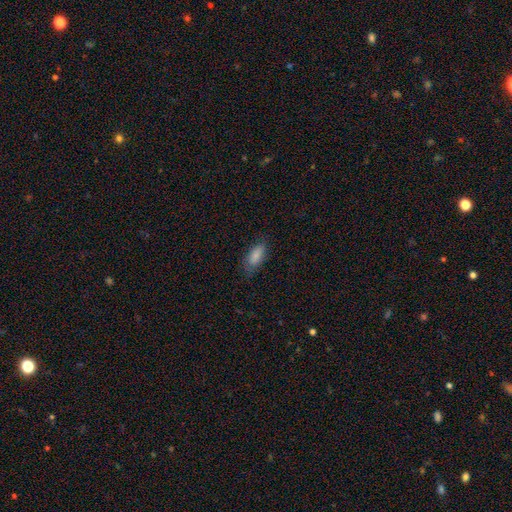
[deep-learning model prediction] The model was most divided on "merging": none: 72%, minor disturbance: 22%, major disturbance: 5%, merger: 1%. More confident: how rounded — in between (85%); smooth or featured — smooth (84%).